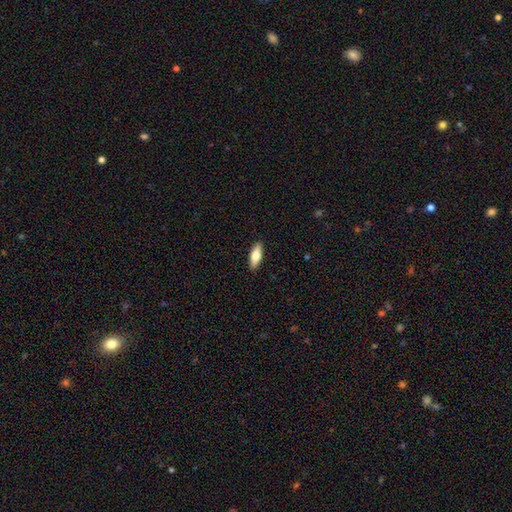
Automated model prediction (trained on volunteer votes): smooth 71%, featured or disk 24%, star or artifact 6%. Down the decision tree: how rounded — in between (68%); merging — none (90%).